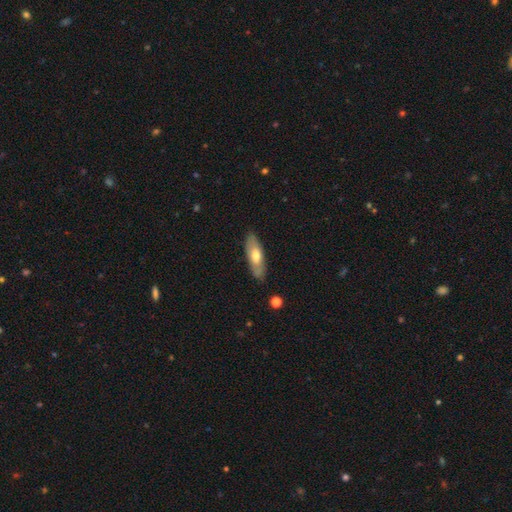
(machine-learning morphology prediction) Smooth or featured?
  - smooth: 57% *
  - featured or disk: 37%
  - star or artifact: 6%
How rounded?
  - in between: 63% *
  - cigar-shaped: 35%
  - round: 2%
Merging?
  - none: 82% *
  - minor disturbance: 14%
  - major disturbance: 3%
  - merger: 2%